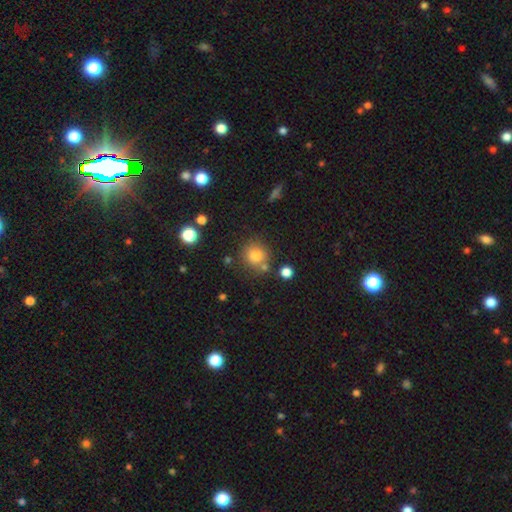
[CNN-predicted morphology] A smooth galaxy with no disk features (80%) that is round (89%). Merging: none (74%).